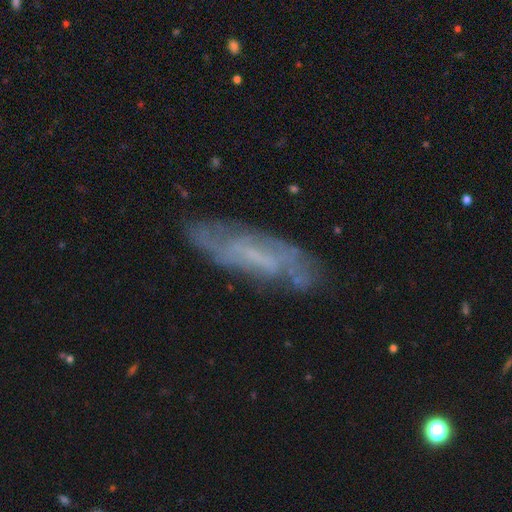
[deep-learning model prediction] Smooth or featured? Predicted: featured or disk (p=0.69). Edge-on disk? Predicted: no (p=0.74). Bar? Predicted: no (p=0.42). Spiral arms? Predicted: yes (p=0.74). Bulge size? Predicted: none (p=0.47). Merging? Predicted: none (p=0.73).